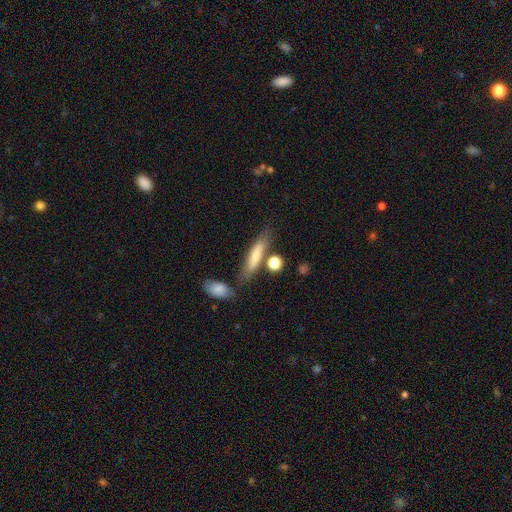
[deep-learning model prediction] A smooth galaxy with no disk features (68%) that is cigar-shaped (74%).

Vote fractions:
- Smooth or featured? smooth: 68% / featured or disk: 25% / star or artifact: 7%
- How rounded? cigar-shaped: 74% / in between: 23% / round: 3%
- Merging? none: 70% / minor disturbance: 14% / merger: 12% / major disturbance: 4%